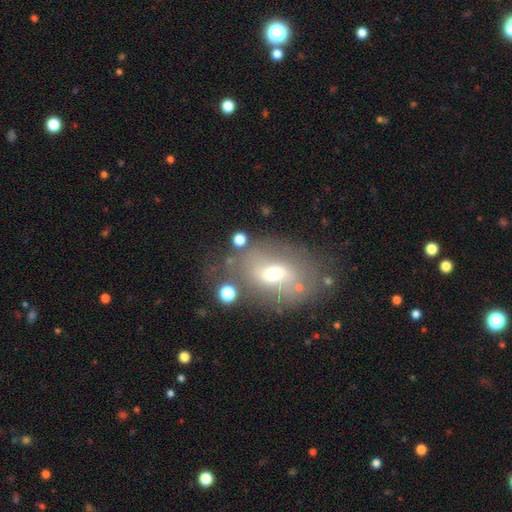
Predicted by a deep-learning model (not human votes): This appears to be a smooth galaxy with no disk features (44%). Merging: none (65%).